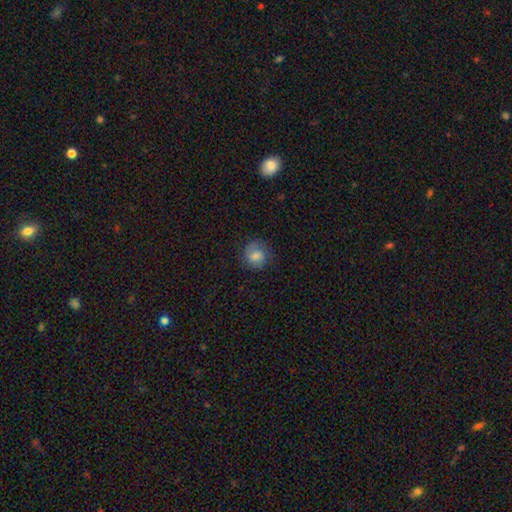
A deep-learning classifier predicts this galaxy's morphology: smooth 66%, featured or disk 25%, star or artifact 9%. Down the decision tree: how rounded — round (82%); merging — none (75%).